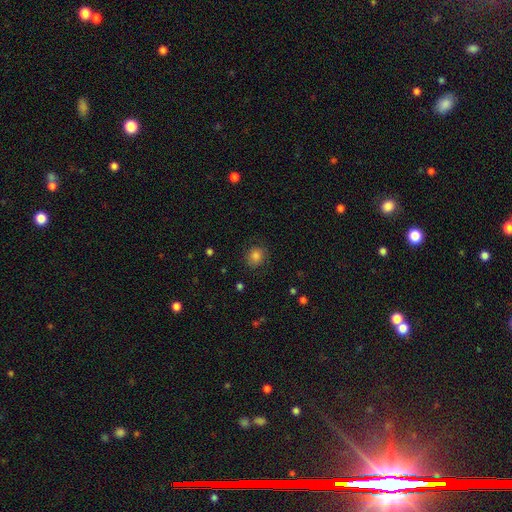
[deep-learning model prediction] Q: Smooth or featured?
A: smooth (82%); runner-up: star or artifact (12%)
Q: How rounded?
A: round (76%); runner-up: in between (23%)
Q: Merging?
A: none (82%); runner-up: minor disturbance (13%)